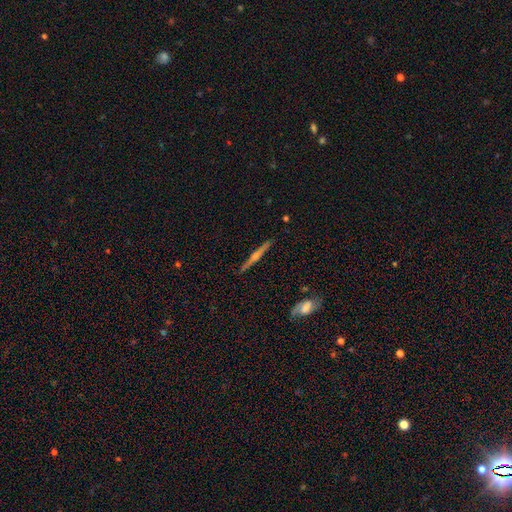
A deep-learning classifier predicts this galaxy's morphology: smooth-or-featured: featured or disk: 78% | smooth: 16% | star or artifact: 5%
  disk-edge-on: yes: 98% | no: 2%
    edge-on-bulge: rounded: 81% | none: 11% | boxy: 8%
  merging: none: 91% | minor disturbance: 7% | major disturbance: 1% | merger: 1%